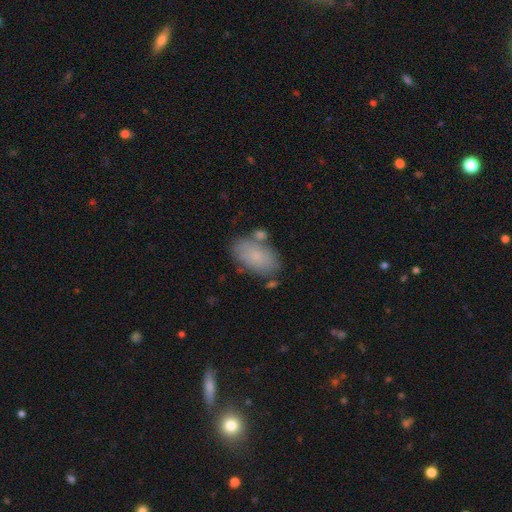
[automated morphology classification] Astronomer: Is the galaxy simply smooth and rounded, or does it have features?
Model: smooth — 77%.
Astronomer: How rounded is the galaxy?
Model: in between — 93%.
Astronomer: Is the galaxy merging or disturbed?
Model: none — 69%.